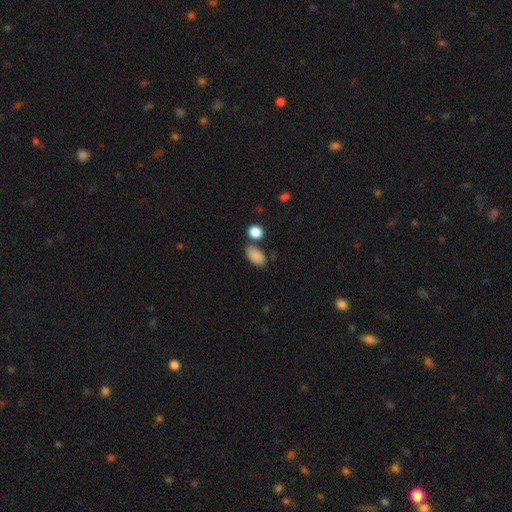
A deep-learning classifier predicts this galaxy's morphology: type=smooth (88%); roundness=in between (91%); merging=none (71%).